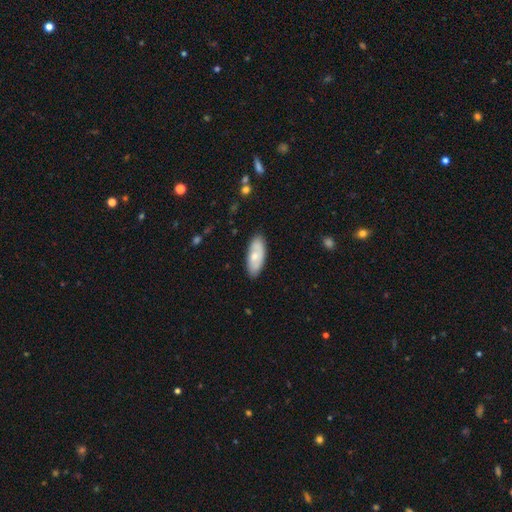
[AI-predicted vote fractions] smooth-or-featured: smooth: 62% | featured or disk: 33% | star or artifact: 6%
  how-rounded: in between: 84% | cigar-shaped: 14% | round: 2%
  merging: none: 81% | minor disturbance: 15% | major disturbance: 3% | merger: 2%